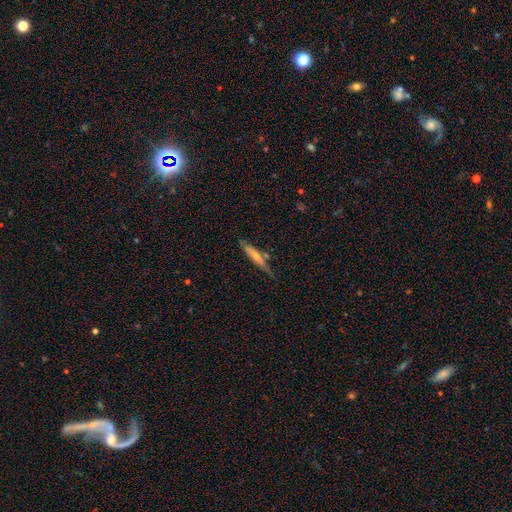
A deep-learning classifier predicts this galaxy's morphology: The model was most divided on "smooth or featured": smooth: 52%, featured or disk: 42%, star or artifact: 6%. More confident: how rounded — cigar-shaped (88%); merging — none (64%).